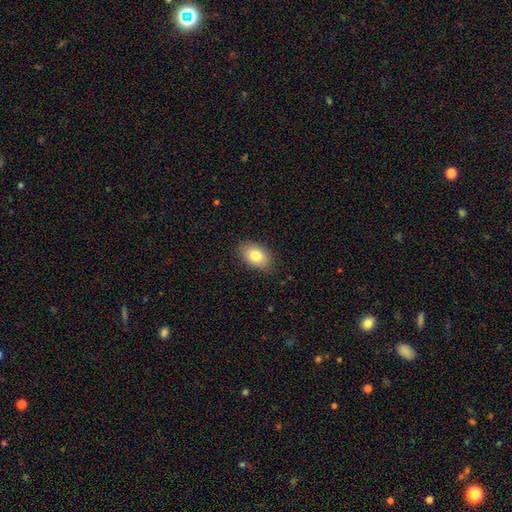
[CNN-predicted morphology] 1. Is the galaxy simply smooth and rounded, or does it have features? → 81% smooth, 11% featured or disk, 8% star or artifact.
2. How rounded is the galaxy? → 87% in between, 11% round, 1% cigar-shaped.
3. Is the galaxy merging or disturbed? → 86% none, 11% minor disturbance, 2% major disturbance, 1% merger.